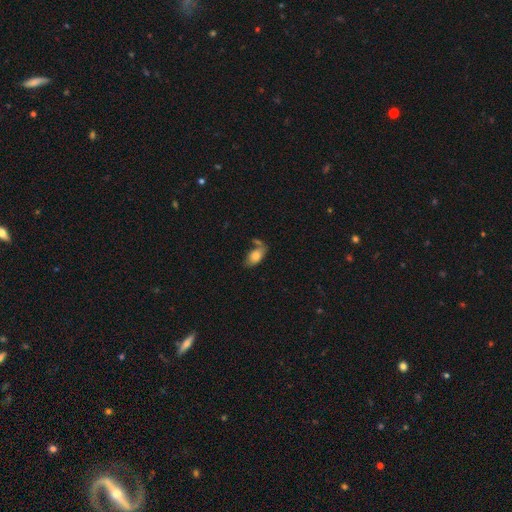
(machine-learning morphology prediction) A smooth galaxy with no disk features (77%) that is in between round and cigar-shaped (92%).

Vote fractions:
- Smooth or featured? smooth: 77% / featured or disk: 16% / star or artifact: 7%
- How rounded? in between: 92% / round: 4% / cigar-shaped: 4%
- Merging? none: 51% / merger: 21% / minor disturbance: 20% / major disturbance: 8%